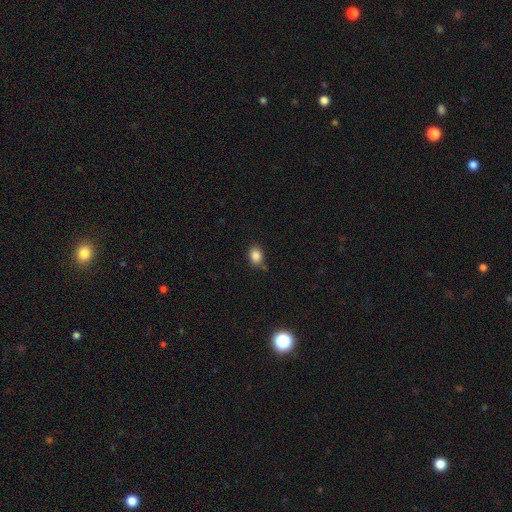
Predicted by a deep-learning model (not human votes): A smooth galaxy with no disk features (86%) that is in between round and cigar-shaped (66%).

Vote fractions:
- Smooth or featured? smooth: 86% / star or artifact: 10% / featured or disk: 5%
- How rounded? in between: 66% / round: 33% / cigar-shaped: 1%
- Merging? none: 78% / minor disturbance: 15% / merger: 4% / major disturbance: 3%